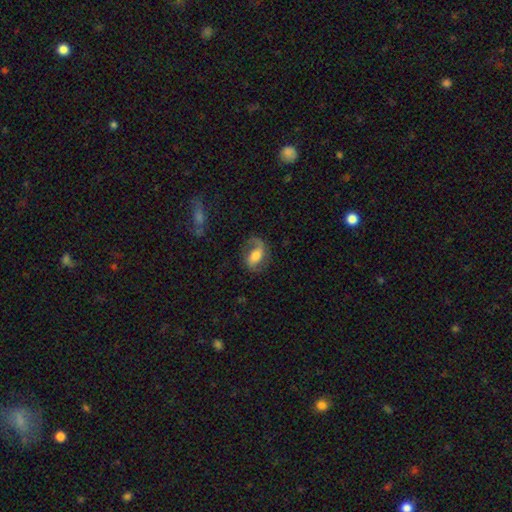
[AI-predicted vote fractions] A featured or disk galaxy (67%) with a weak bar (41%), 2 (74%) medium (43%, tied with loose) spiral arms (90%) and a moderate central bulge (53%).

Vote fractions:
- Smooth or featured? featured or disk: 67% / smooth: 26% / star or artifact: 7%
- Edge-on disk? no: 96% / yes: 4%
- Bar? weak: 41% / no: 32% / strong: 27%
- Spiral arms? yes: 90% / no: 10%
- Spiral winding? medium: 43% (tied) / loose: 43% (tied) / tight: 15%
- Spiral arm count? 2: 74% / 1: 18% / can't tell: 5% / 3: 1% / 4: 1% / more than 4: 1%
- Bulge size? moderate: 53% / large: 22% / small: 19% / none: 4% / dominant: 3%
- Merging? none: 64% / minor disturbance: 19% / major disturbance: 15% / merger: 2%